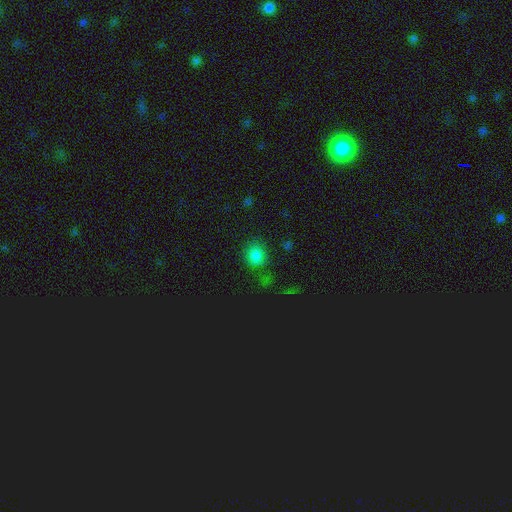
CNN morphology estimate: Overall: smooth (79%). How rounded: round (78%). Merging: none (72%).